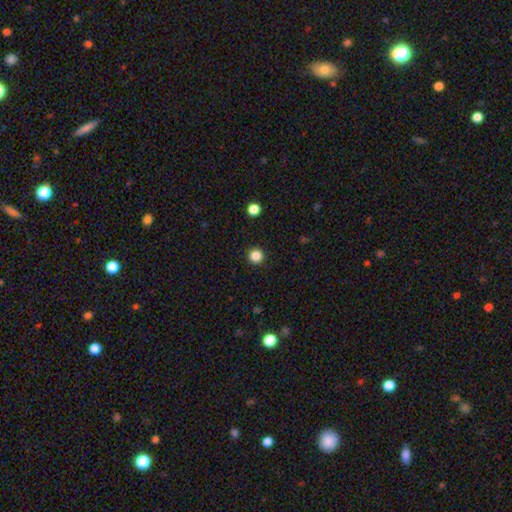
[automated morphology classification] type=smooth (85%); roundness=round (95%); merging=none (93%).